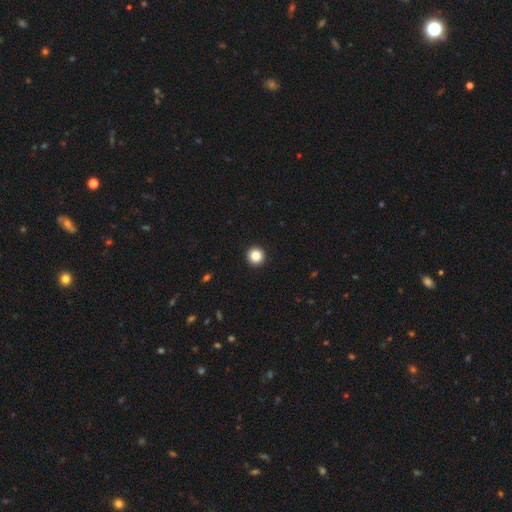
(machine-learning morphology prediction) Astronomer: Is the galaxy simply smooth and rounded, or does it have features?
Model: smooth — 85%.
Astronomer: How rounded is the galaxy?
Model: round — 96%.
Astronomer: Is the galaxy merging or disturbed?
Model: none — 94%.